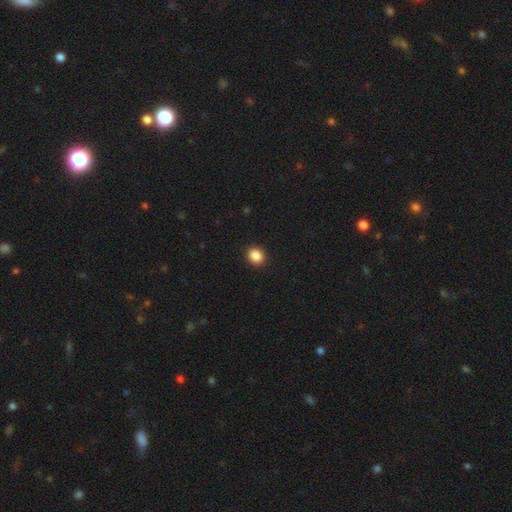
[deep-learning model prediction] A smooth galaxy with no disk features (86%) that is round (82%).

Vote fractions:
- Smooth or featured? smooth: 86% / star or artifact: 10% / featured or disk: 3%
- How rounded? round: 82% / in between: 17% / cigar-shaped: 1%
- Merging? none: 92% / minor disturbance: 5% / major disturbance: 2% / merger: 1%